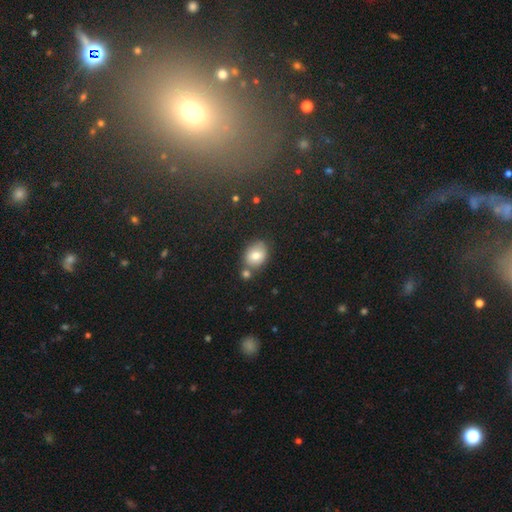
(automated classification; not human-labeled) Overall: smooth (78%). How rounded: in between (64%; round 35%). Merging: none (66%).